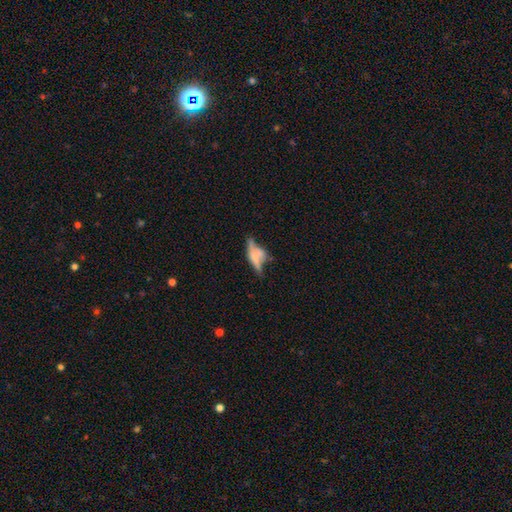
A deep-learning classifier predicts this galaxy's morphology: Smooth or featured? featured or disk (47%)
Merging? none (41%)